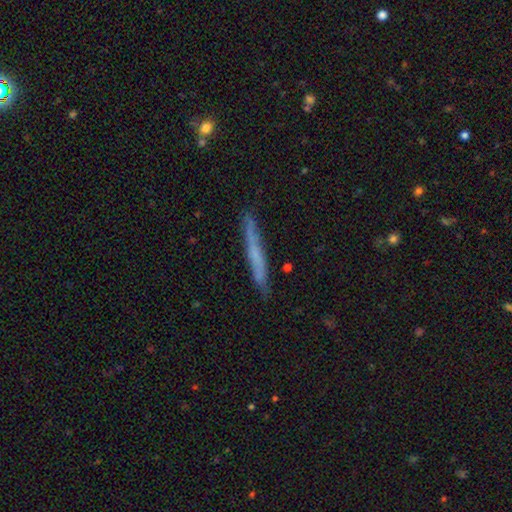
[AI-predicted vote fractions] The model was most divided on "smooth or featured": smooth: 49%, featured or disk: 43%, star or artifact: 8%. More confident: merging — none (88%).